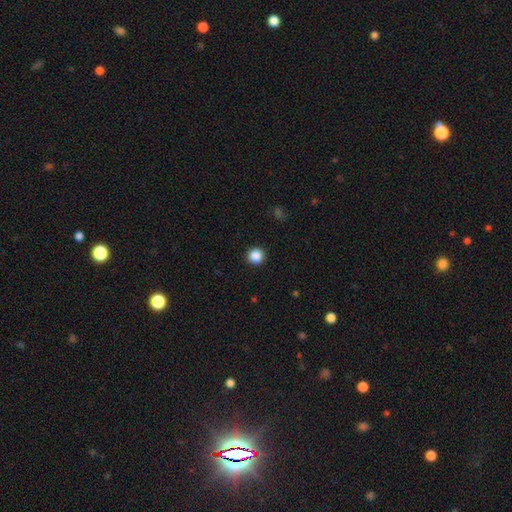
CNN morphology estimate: smooth-or-featured: smooth: 87% | star or artifact: 10% | featured or disk: 3%
  how-rounded: round: 95% | in between: 4% | cigar-shaped: 1%
  merging: none: 93% | minor disturbance: 4% | major disturbance: 2% | merger: 1%